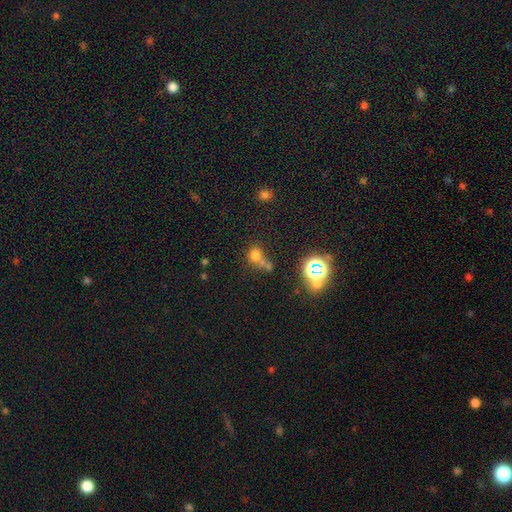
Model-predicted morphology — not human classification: type=smooth (63%); roundness=round (74%); merging=merger (40%, tied with none).